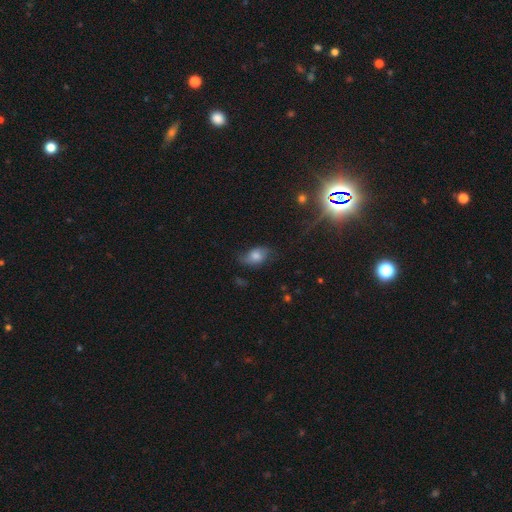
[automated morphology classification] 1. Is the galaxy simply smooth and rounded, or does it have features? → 64% smooth, 25% featured or disk, 11% star or artifact.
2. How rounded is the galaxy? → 86% in between, 11% round, 3% cigar-shaped.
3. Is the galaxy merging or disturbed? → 53% none, 32% minor disturbance, 13% major disturbance, 2% merger.